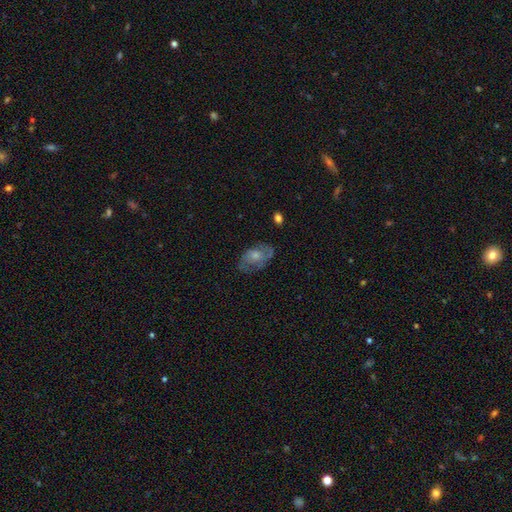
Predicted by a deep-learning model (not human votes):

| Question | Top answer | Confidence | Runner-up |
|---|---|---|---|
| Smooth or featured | smooth | 50% | featured or disk (43%) |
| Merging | none | 57% | minor disturbance (27%) |